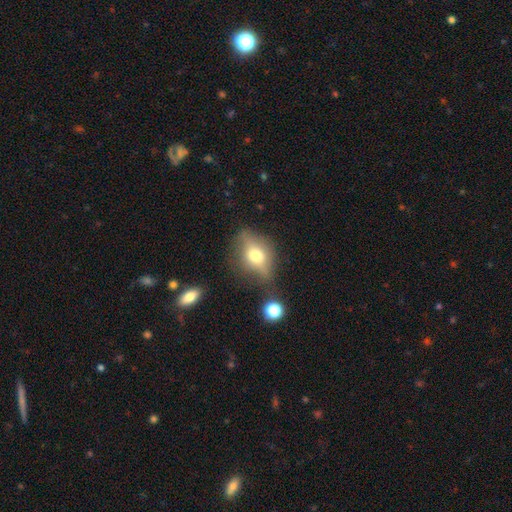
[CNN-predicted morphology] type=smooth (51%); roundness=in between (61%); merging=none (63%).